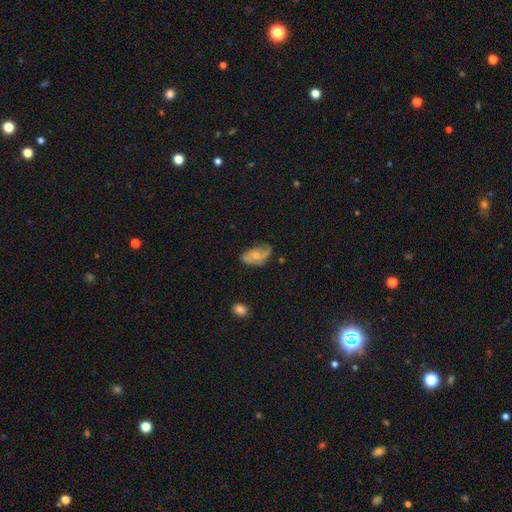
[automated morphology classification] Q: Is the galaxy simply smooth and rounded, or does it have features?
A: featured or disk — 51%.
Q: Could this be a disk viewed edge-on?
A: no — 94%.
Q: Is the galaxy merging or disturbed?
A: none — 51%.